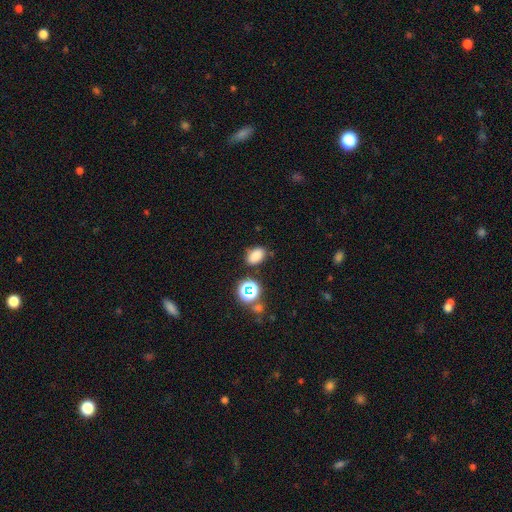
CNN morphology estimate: Q: Smooth or featured?
A: smooth (78%); runner-up: star or artifact (16%)
Q: How rounded?
A: in between (79%); runner-up: round (19%)
Q: Merging?
A: none (77%); runner-up: minor disturbance (15%)